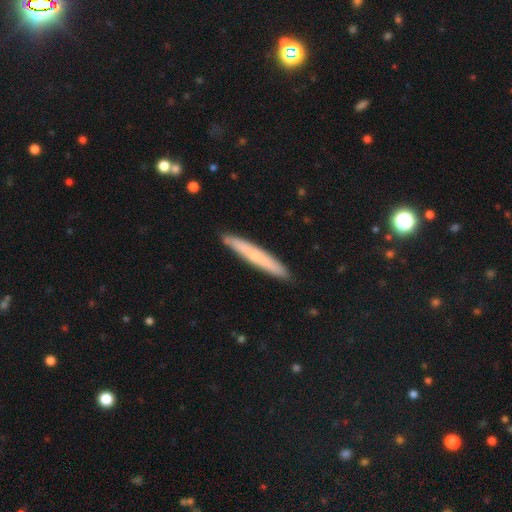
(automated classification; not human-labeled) A smooth galaxy with no disk features (62%) that is cigar-shaped (96%). Merging: none (90%).